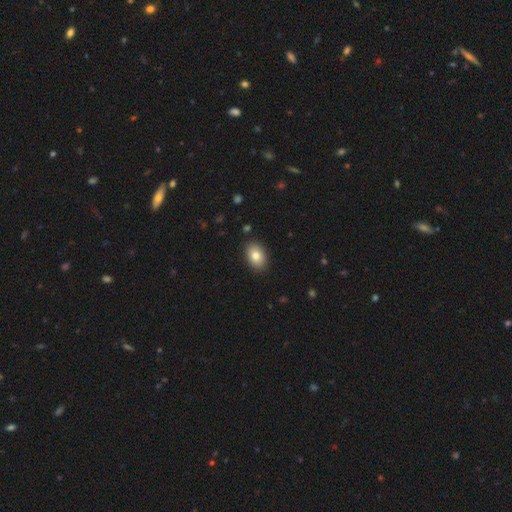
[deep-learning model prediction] Morphology: type=smooth (81%); roundness=in between (85%); merging=none (88%).